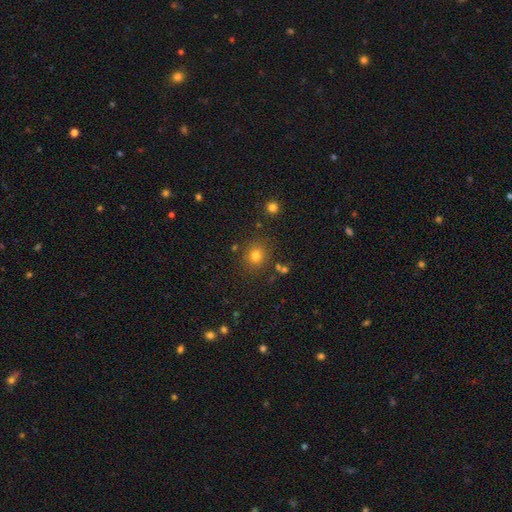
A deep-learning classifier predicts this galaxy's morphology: smooth-or-featured: smooth: 78% | star or artifact: 16% | featured or disk: 7%
  how-rounded: round: 80% | in between: 19% | cigar-shaped: 1%
  merging: none: 83% | minor disturbance: 10% | merger: 4% | major disturbance: 4%